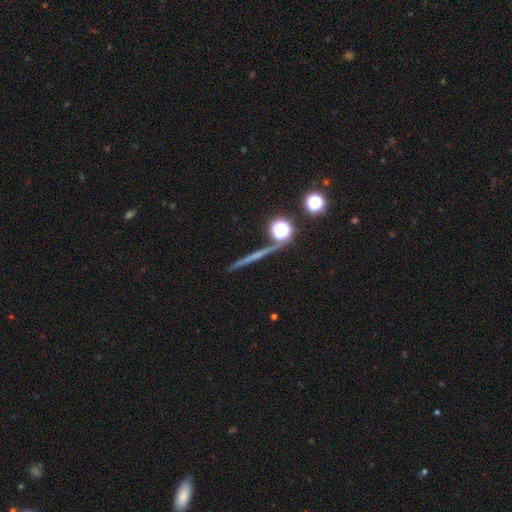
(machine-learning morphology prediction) smooth-or-featured: featured or disk: 50% | smooth: 29% | star or artifact: 21%
  disk-edge-on: yes: 94% | no: 6%
  merging: none: 86% | minor disturbance: 7% | merger: 4% | major disturbance: 3%